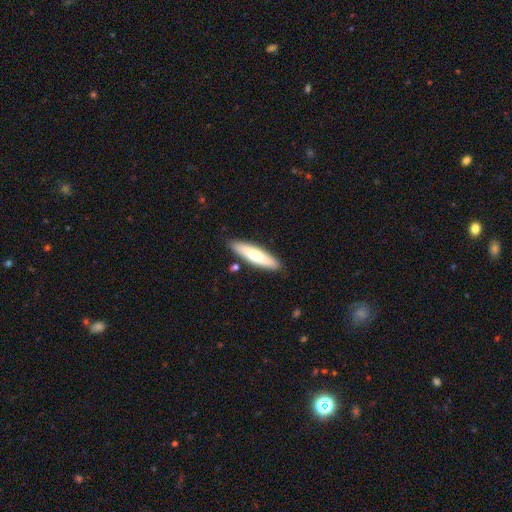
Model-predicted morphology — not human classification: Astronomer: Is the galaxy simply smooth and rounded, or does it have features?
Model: smooth — 68%.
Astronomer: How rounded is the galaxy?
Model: cigar-shaped — 75%.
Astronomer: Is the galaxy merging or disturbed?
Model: none — 87%.